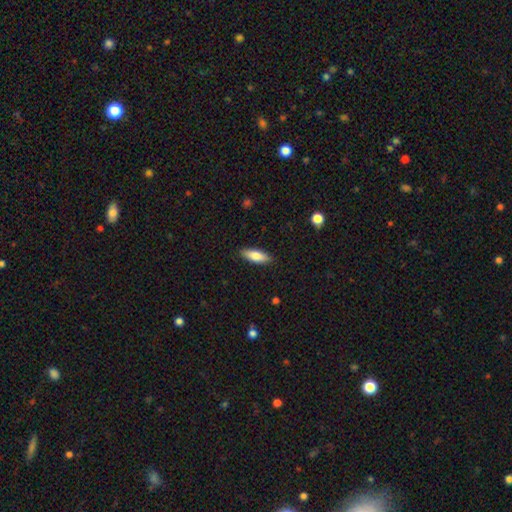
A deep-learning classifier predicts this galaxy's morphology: This is likely a smooth galaxy (79%). How rounded: likely in between (65%). Merging: clearly none (88%).